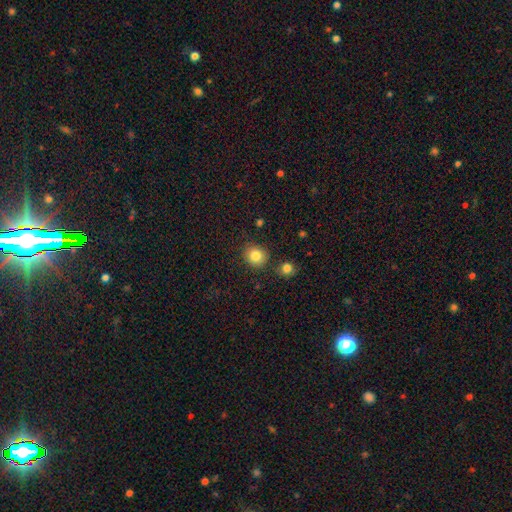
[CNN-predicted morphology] Q: Smooth or featured?
A: smooth (85%); runner-up: star or artifact (10%)
Q: How rounded?
A: round (78%); runner-up: in between (21%)
Q: Merging?
A: none (84%); runner-up: minor disturbance (9%)